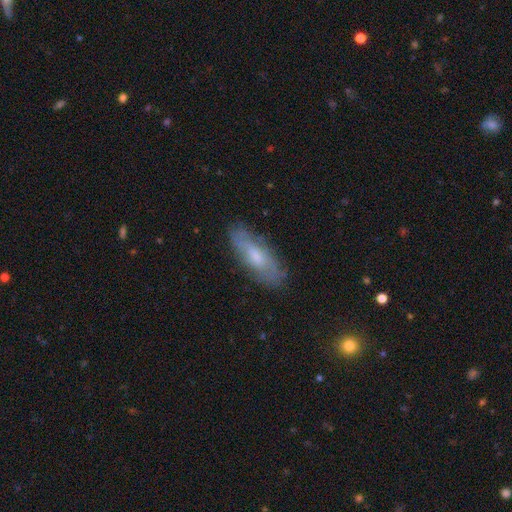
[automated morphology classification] Q: Smooth or featured?
A: smooth (48%); runner-up: featured or disk (45%)
Q: Merging?
A: none (79%); runner-up: minor disturbance (16%)